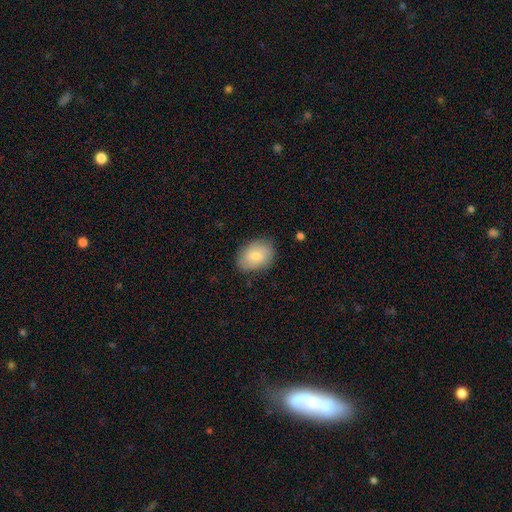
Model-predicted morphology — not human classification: This appears to be a smooth galaxy with no disk features (76%) that is in between round and cigar-shaped (77%). Merging: none (82%).